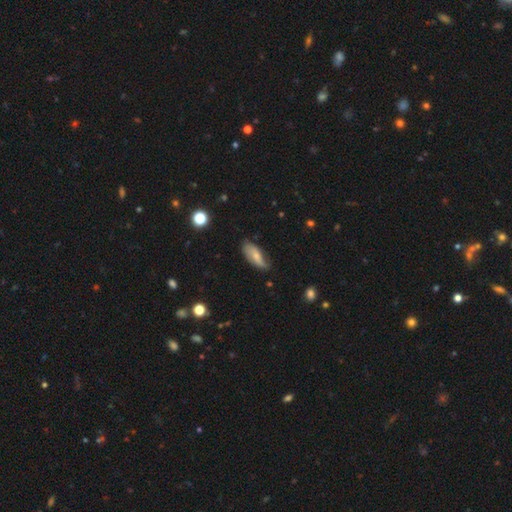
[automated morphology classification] Smooth or featured? smooth (59%)
How rounded? in between (77%)
Merging? none (58%)